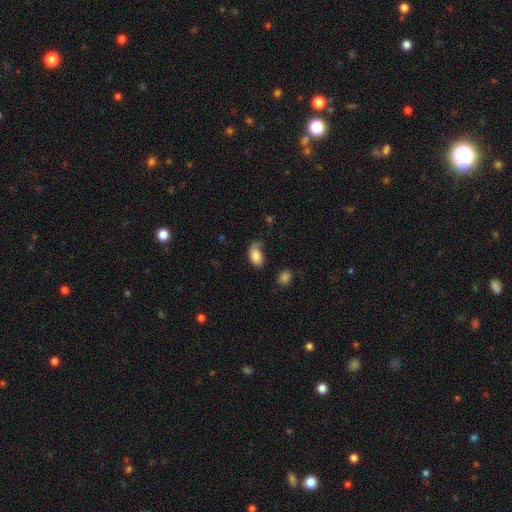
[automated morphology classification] Q: Smooth or featured?
A: smooth (81%); runner-up: featured or disk (11%)
Q: How rounded?
A: in between (91%); runner-up: round (7%)
Q: Merging?
A: none (43%); runner-up: minor disturbance (35%)